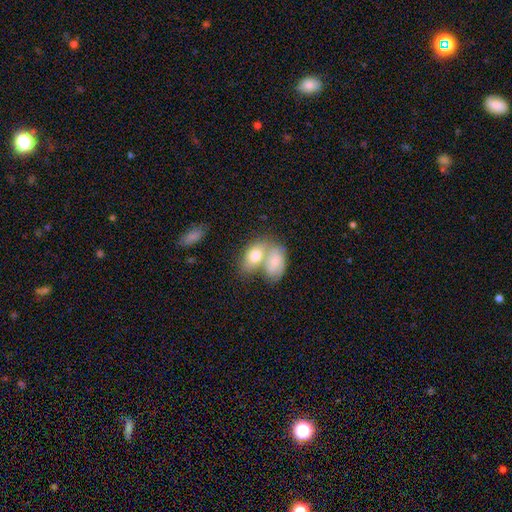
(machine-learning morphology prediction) This appears to be a smooth galaxy with no disk features (72%) that is in between round and cigar-shaped (87%). Merging: merger (62%).